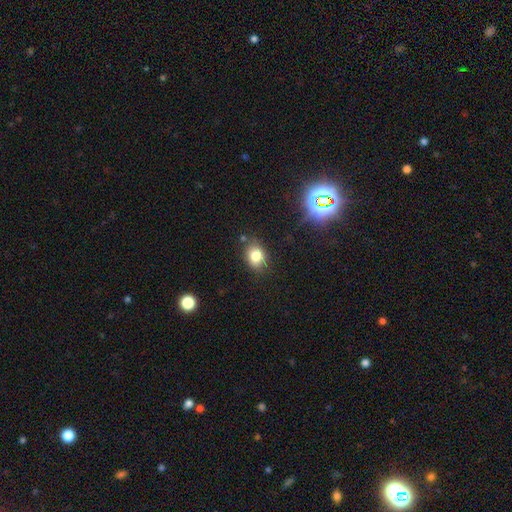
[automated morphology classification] The model was most divided on "how rounded": in between: 56%, round: 42%, cigar-shaped: 1%. More confident: smooth or featured — smooth (79%); merging — none (76%).